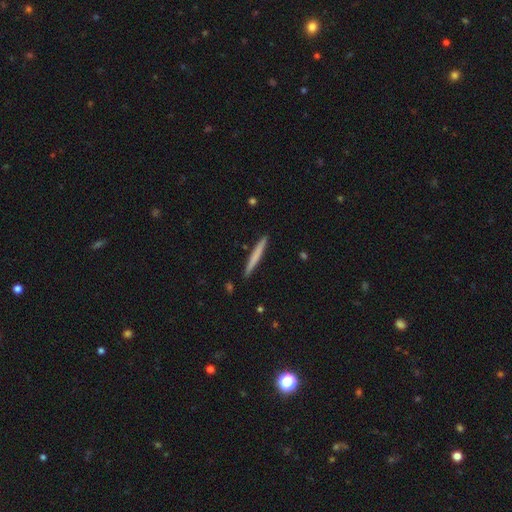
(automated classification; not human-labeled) Morphology: type=smooth (65%); roundness=cigar-shaped (97%); merging=none (92%).